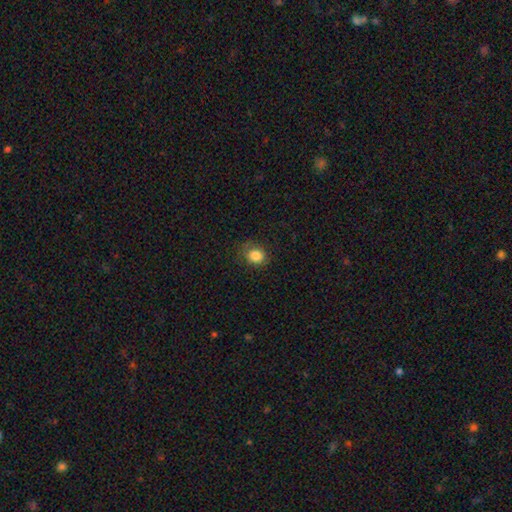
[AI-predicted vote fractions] smooth_or_featured: smooth (p=0.84) [alt: star or artifact p=0.10]
how_rounded: round (p=0.71) [alt: in between p=0.28]
merging: none (p=0.76) [alt: minor disturbance p=0.17]